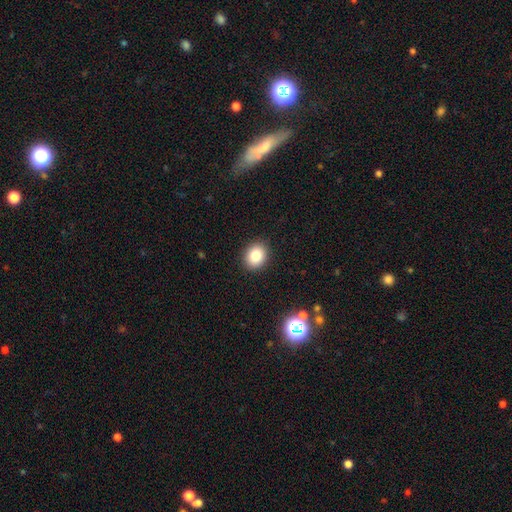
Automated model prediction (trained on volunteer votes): Smooth or featured?
  - smooth: 84% *
  - star or artifact: 10%
  - featured or disk: 6%
How rounded?
  - round: 54% *
  - in between: 45%
  - cigar-shaped: 1%
Merging?
  - none: 90% *
  - minor disturbance: 7%
  - major disturbance: 2%
  - merger: 1%